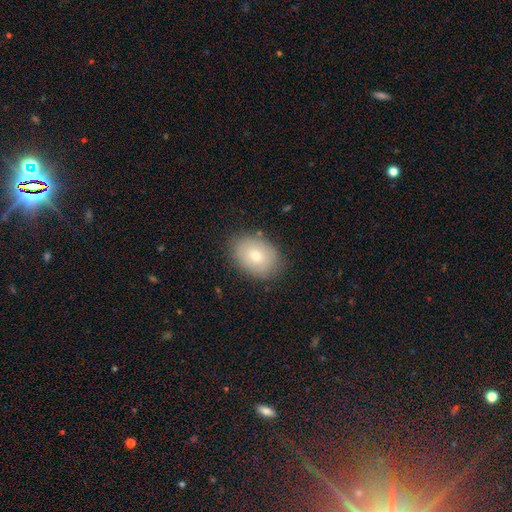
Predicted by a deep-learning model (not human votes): This is likely a smooth galaxy (73%). How rounded: likely in between (76%). Merging: clearly none (85%).